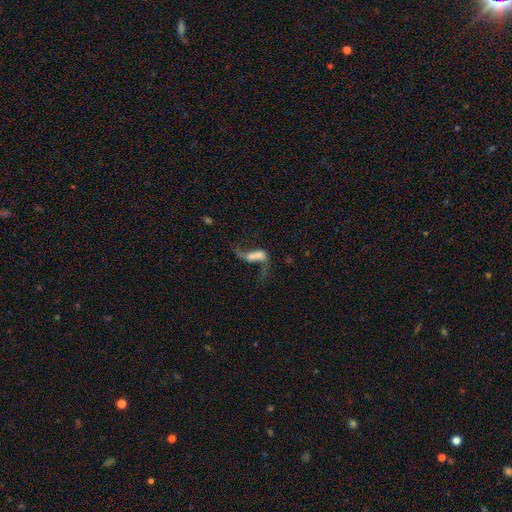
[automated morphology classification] A featured or disk galaxy (61%) with no bar (47%), spiral arms (67%) and no central bulge (40%).

Vote fractions:
- Smooth or featured? featured or disk: 61% / smooth: 27% / star or artifact: 12%
- Edge-on disk? no: 90% / yes: 10%
- Bar? no: 47% / weak: 29% / strong: 24%
- Spiral arms? yes: 67% / no: 33%
- Bulge size? none: 40% / small: 24% / moderate: 20% / large: 11% / dominant: 4%
- Merging? major disturbance: 33% / none: 27% / merger: 27% / minor disturbance: 12%